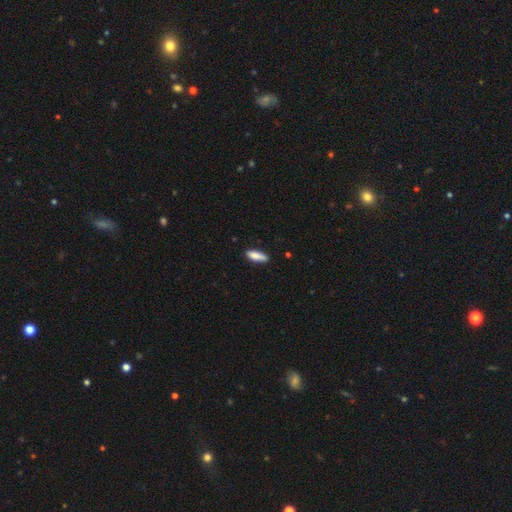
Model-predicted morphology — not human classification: Smooth or featured?
  - smooth: 84% *
  - featured or disk: 10%
  - star or artifact: 6%
How rounded?
  - in between: 52% *
  - cigar-shaped: 46%
  - round: 2%
Merging?
  - none: 78% *
  - minor disturbance: 18%
  - major disturbance: 3%
  - merger: 2%